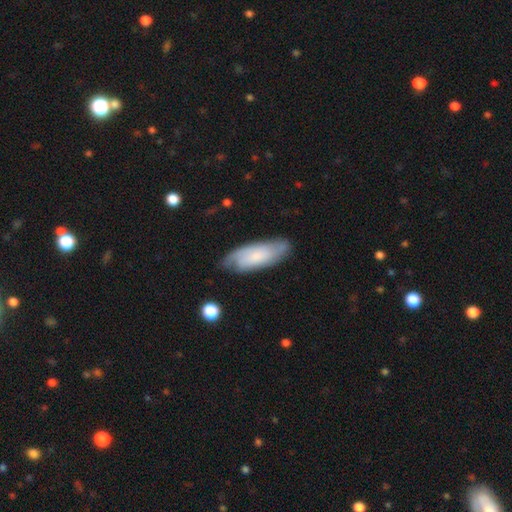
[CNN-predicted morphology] smooth_or_featured: smooth (p=0.49) [alt: featured or disk p=0.45]
merging: none (p=0.72) [alt: minor disturbance p=0.21]